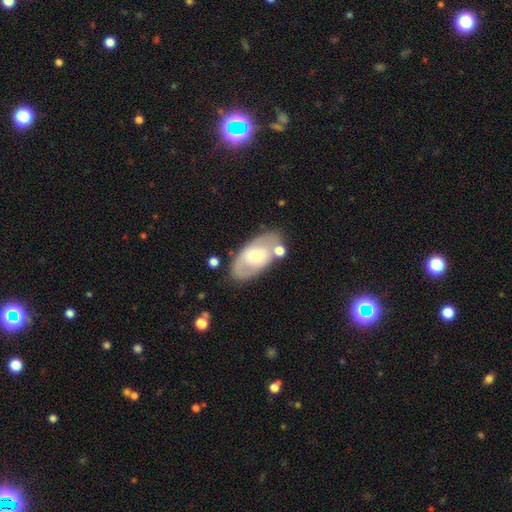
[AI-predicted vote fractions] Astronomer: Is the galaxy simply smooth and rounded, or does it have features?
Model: featured or disk — 47% (runner-up: smooth, 46%).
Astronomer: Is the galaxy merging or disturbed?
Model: none — 65%.